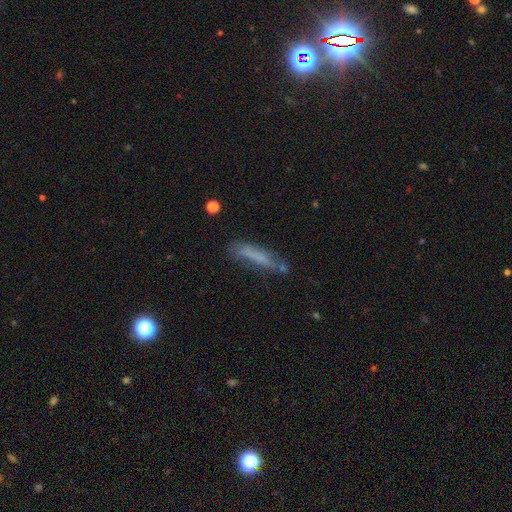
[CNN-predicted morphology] Smooth or featured: smooth — 59% (featured or disk — 31%)
How rounded: cigar-shaped — 86% (in between — 13%)
Merging: none — 56% (minor disturbance — 26%)